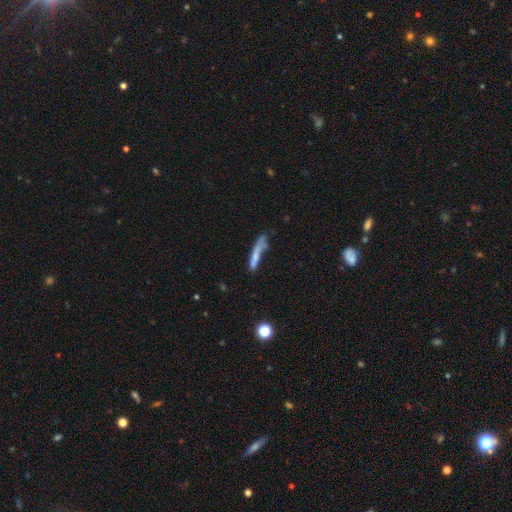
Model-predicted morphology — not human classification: A smooth galaxy with no disk features (63%) that is cigar-shaped (90%). Merging: none (47%).